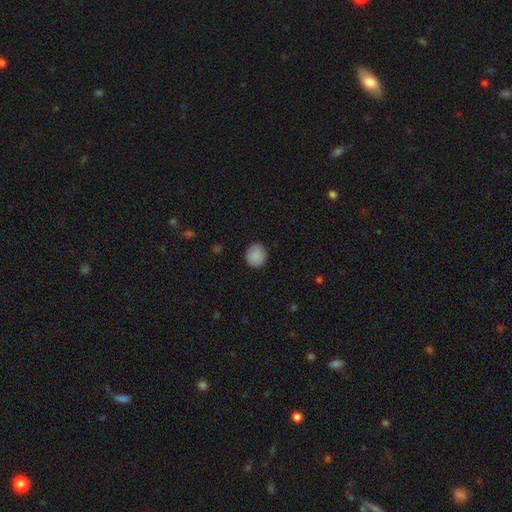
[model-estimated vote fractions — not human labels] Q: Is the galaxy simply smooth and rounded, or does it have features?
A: smooth — 89%.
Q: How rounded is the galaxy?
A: round — 87%.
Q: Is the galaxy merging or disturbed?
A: none — 90%.